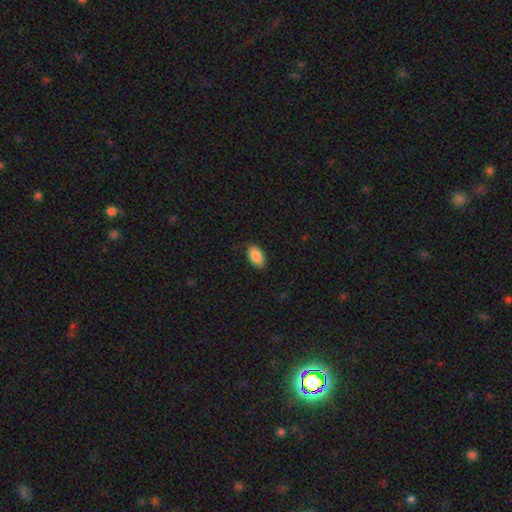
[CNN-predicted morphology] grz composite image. It shows a smooth galaxy with no disk features (88%) that is in between round and cigar-shaped (94%). Merging: none (82%).